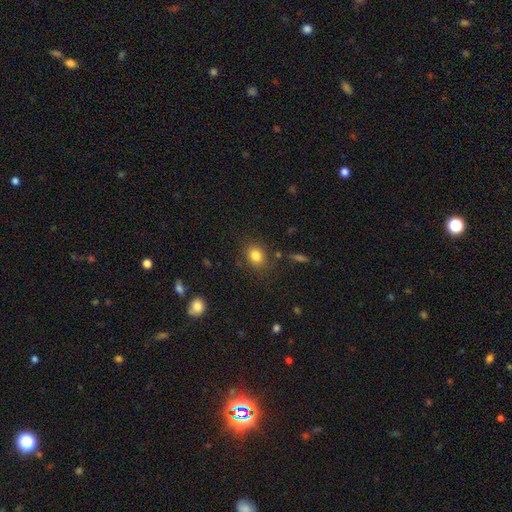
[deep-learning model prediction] Morphology: type=smooth (82%); roundness=in between (50%); merging=none (80%).